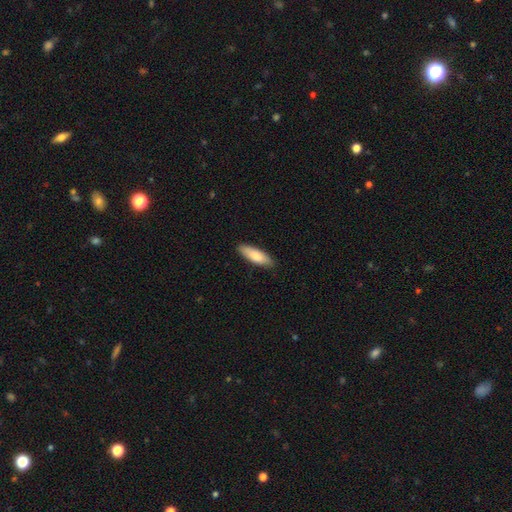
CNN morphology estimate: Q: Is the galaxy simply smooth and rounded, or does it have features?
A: smooth — 80%.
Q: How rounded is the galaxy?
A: in between — 53%.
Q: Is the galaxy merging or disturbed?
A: none — 89%.